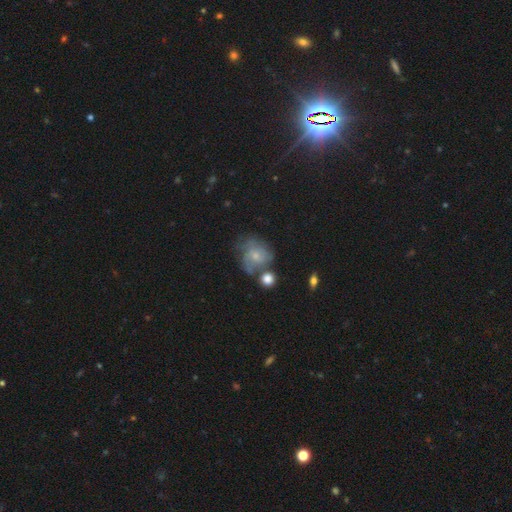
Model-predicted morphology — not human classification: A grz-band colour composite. It shows a featured or disk galaxy (58%) with no bar (76%), spiral arms (77%) and a small central bulge (66%). Merging: none (41%).